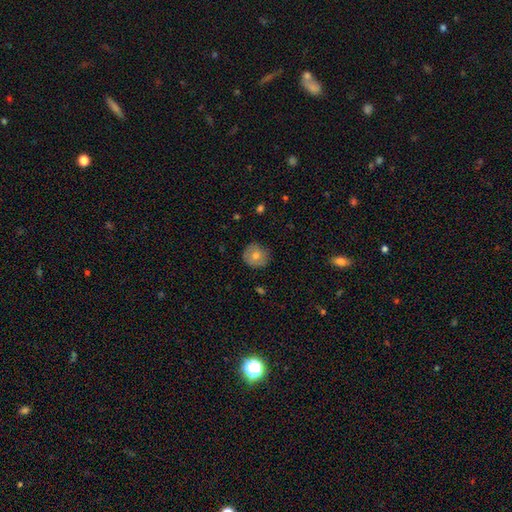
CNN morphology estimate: smooth 71%, featured or disk 20%, star or artifact 9%. Down the decision tree: how rounded — round (90%); merging — none (84%).